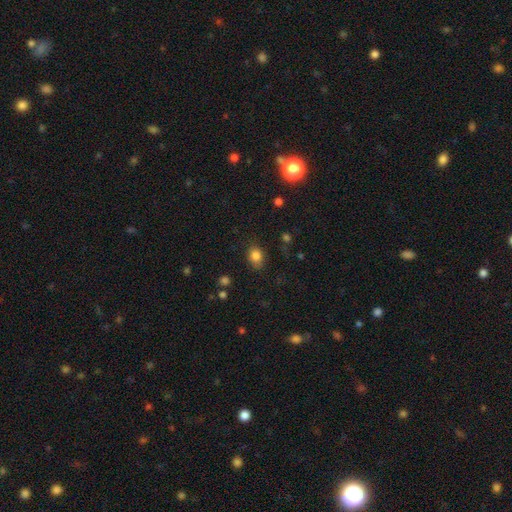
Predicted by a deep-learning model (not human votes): Smooth or featured: smooth — 83% (star or artifact — 11%)
How rounded: in between — 60% (round — 39%)
Merging: none — 75% (minor disturbance — 18%)